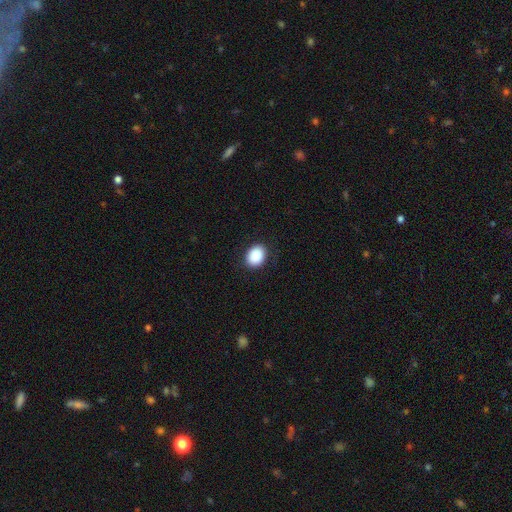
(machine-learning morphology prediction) This is clearly a smooth galaxy (90%). How rounded: likely in between (67%). Merging: clearly none (89%).